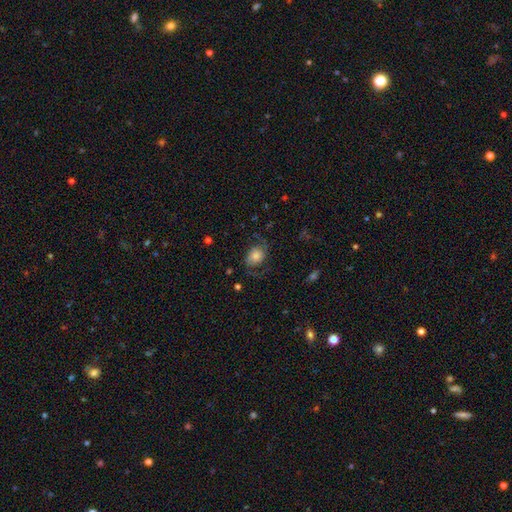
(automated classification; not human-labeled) featured or disk 56%, smooth 33%, star or artifact 11%. Down the decision tree: edge-on disk — no (97%); bar — no (72%); spiral arms — yes (89%); bulge size — moderate (38%); merging — none (65%).